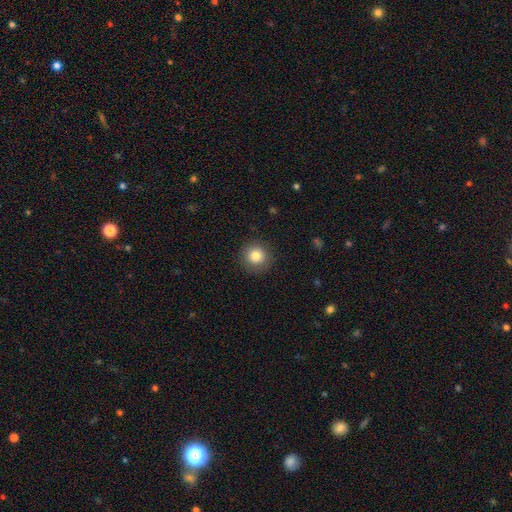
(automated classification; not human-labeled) Smooth or featured? smooth (82%)
How rounded? round (93%)
Merging? none (89%)